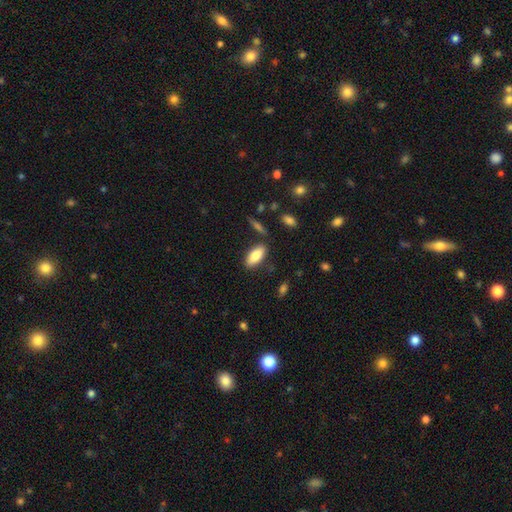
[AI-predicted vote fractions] Morphology: type=smooth (82%); roundness=in between (83%); merging=none (82%).